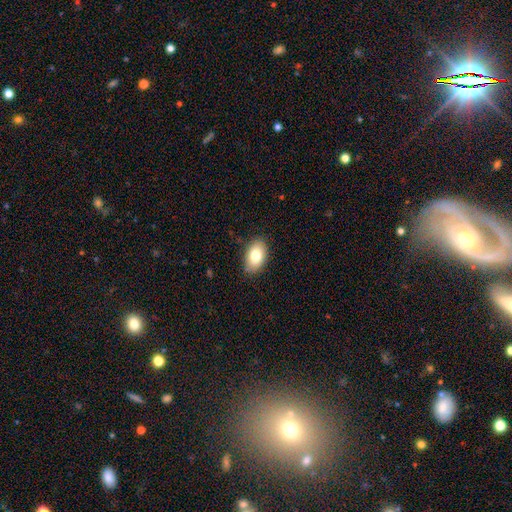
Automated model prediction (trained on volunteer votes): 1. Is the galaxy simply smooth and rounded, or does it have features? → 80% smooth, 12% featured or disk, 7% star or artifact.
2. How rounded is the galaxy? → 91% in between, 8% round, 1% cigar-shaped.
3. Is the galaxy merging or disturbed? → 85% none, 11% minor disturbance, 2% major disturbance, 1% merger.